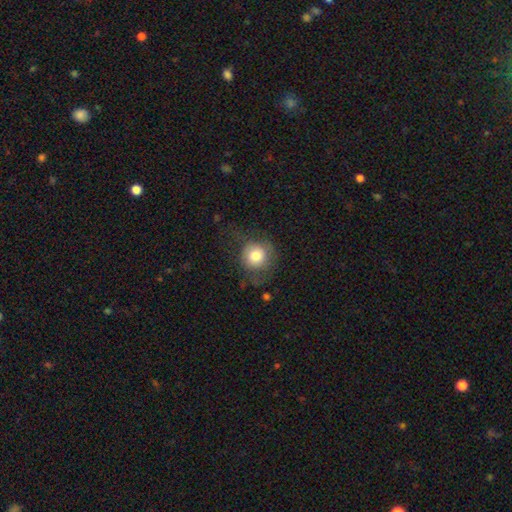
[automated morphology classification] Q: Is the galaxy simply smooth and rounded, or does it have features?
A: smooth — 77%.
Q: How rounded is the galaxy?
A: round — 88%.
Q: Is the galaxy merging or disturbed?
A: none — 58%.